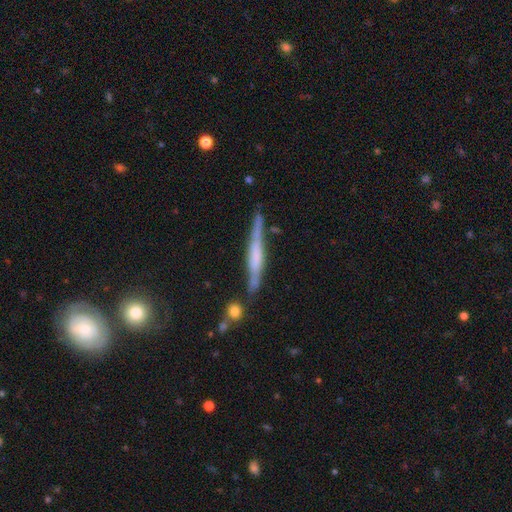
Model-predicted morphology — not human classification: smooth-or-featured: featured or disk: 63% | smooth: 30% | star or artifact: 7%
  disk-edge-on: yes: 95% | no: 5%
    edge-on-bulge: boxy: 41% | none: 32% | rounded: 26%
  merging: none: 74% | minor disturbance: 16% | merger: 6% | major disturbance: 4%